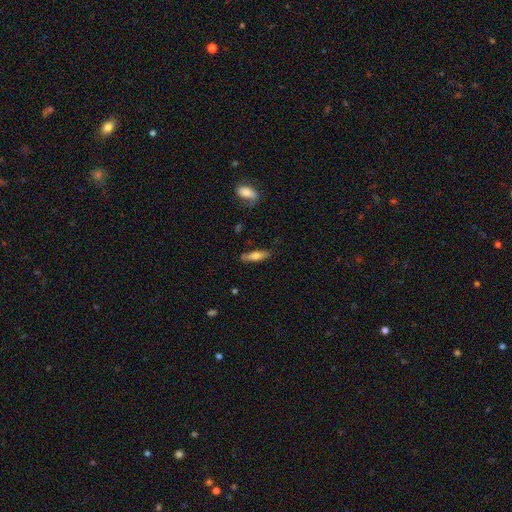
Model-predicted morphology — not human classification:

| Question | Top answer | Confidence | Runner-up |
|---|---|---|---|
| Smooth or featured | smooth | 64% | featured or disk (30%) |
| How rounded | cigar-shaped | 64% | in between (34%) |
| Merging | none | 82% | minor disturbance (13%) |